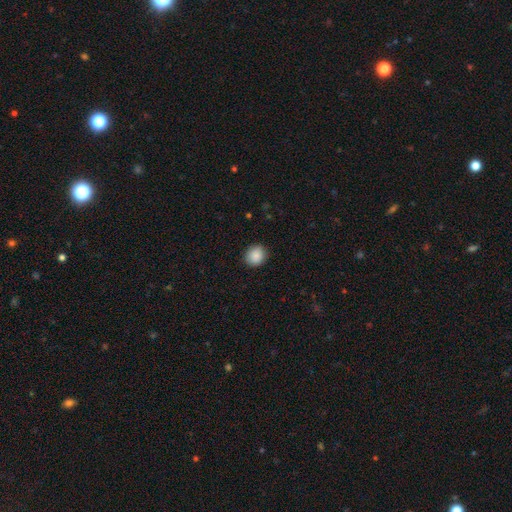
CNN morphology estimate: A smooth galaxy with no disk features (89%) that is round (78%).

Vote fractions:
- Smooth or featured? smooth: 89% / star or artifact: 8% / featured or disk: 3%
- How rounded? round: 78% / in between: 21% / cigar-shaped: 1%
- Merging? none: 89% / minor disturbance: 8% / major disturbance: 2% / merger: 1%